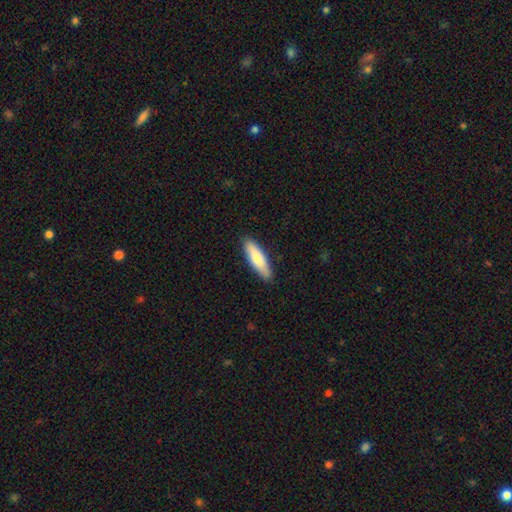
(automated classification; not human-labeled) Overall: smooth (74%). How rounded: cigar-shaped (67%; in between 32%). Merging: none (89%).